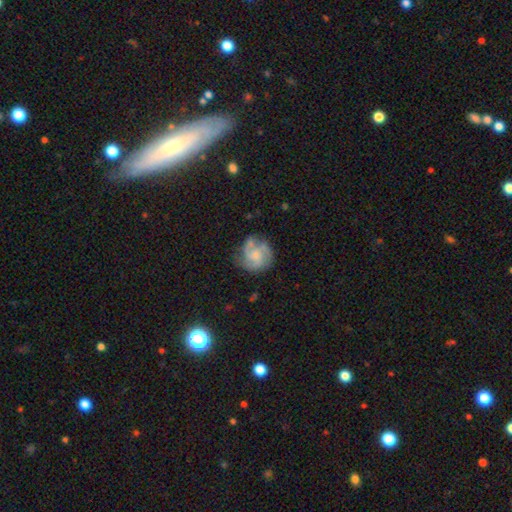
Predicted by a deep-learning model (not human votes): smooth_or_featured: featured or disk (p=0.73) [alt: smooth p=0.21]
disk_edge_on: no (p=0.98) [alt: yes p=0.02]
bar: no (p=0.70) [alt: weak p=0.26]
has_spiral_arms: yes (p=0.92) [alt: no p=0.08]
spiral_winding: medium (p=0.46) [alt: tight p=0.39]
spiral_arm_count: 3 (p=0.46) [alt: 2 p=0.21]
bulge_size: small (p=0.46) [alt: moderate p=0.29]
merging: none (p=0.68) [alt: minor disturbance p=0.20]